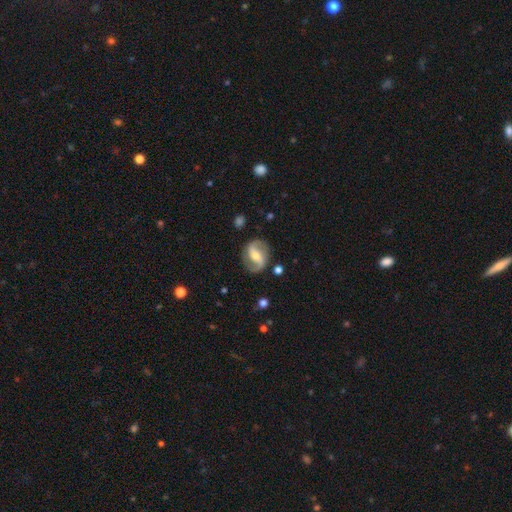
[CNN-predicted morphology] smooth-or-featured: featured or disk: 81% | smooth: 14% | star or artifact: 5%
  disk-edge-on: no: 96% | yes: 4%
    bar: strong: 49% | weak: 32% | no: 19%
    has-spiral-arms: yes: 90% | no: 10%
      spiral-winding: medium: 41% | loose: 40% | tight: 19%
      spiral-arm-count: 2: 90% | can't tell: 4% | 1: 3% | 3: 1% | 4: 1% | more than 4: 1%
    bulge-size: moderate: 52% | small: 40% | large: 4% | none: 2% | dominant: 1%
  merging: none: 82% | minor disturbance: 12% | major disturbance: 5% | merger: 2%